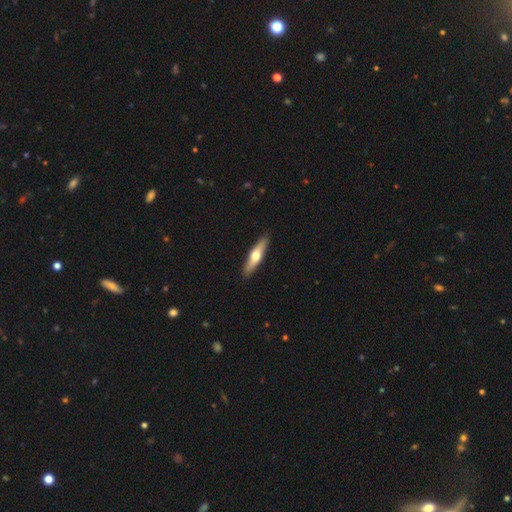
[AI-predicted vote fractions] This appears to be a featured or disk galaxy (52%) viewed edge-on (91%). Merging: none (90%).